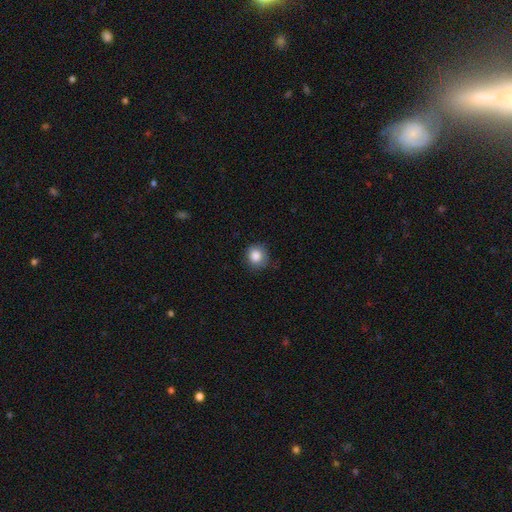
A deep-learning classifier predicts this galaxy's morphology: Overall: smooth (85%). How rounded: round (86%). Merging: none (79%).